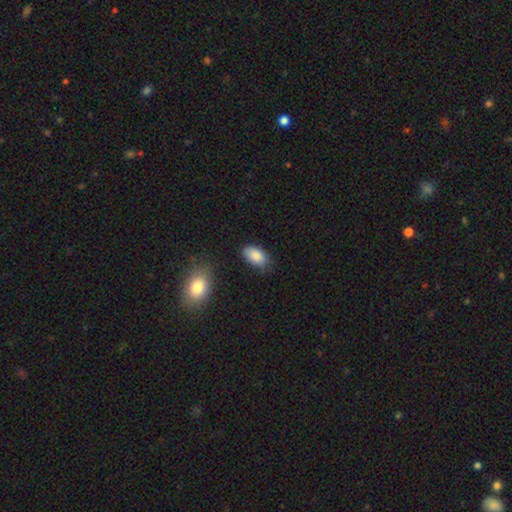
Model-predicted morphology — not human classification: smooth 87%, star or artifact 7%, featured or disk 6%. Down the decision tree: how rounded — in between (93%); merging — none (73%).